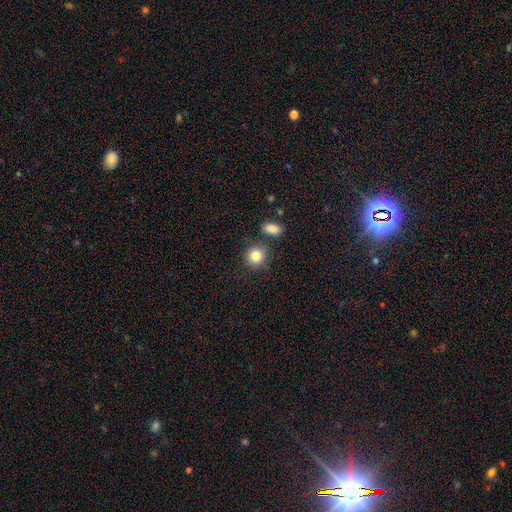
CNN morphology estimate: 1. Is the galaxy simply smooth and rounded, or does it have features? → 85% smooth, 9% star or artifact, 6% featured or disk.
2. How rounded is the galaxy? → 82% round, 17% in between, 1% cigar-shaped.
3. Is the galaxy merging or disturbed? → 76% none, 11% minor disturbance, 10% merger, 3% major disturbance.